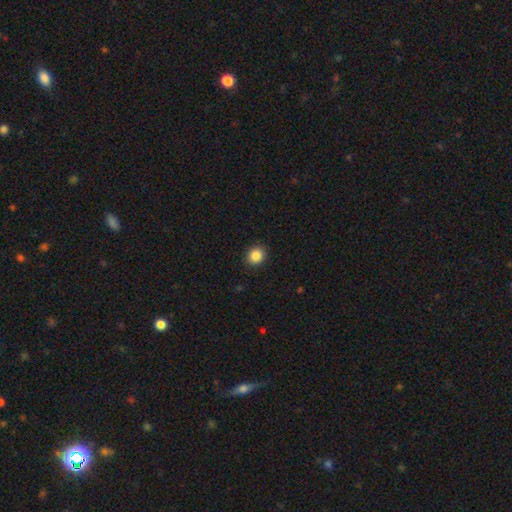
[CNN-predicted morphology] A smooth galaxy with no disk features (87%) that is round (80%). Merging: none (91%).